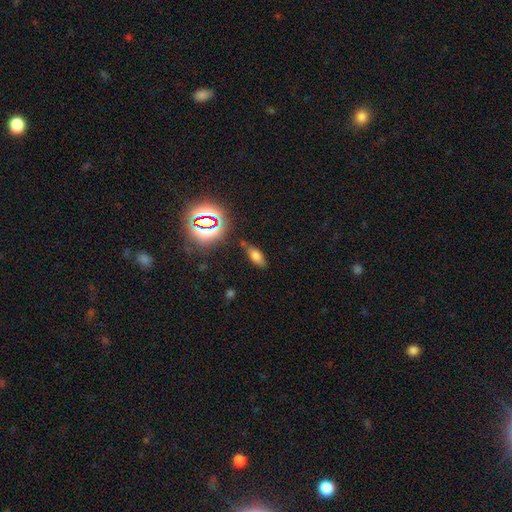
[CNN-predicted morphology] This is likely a smooth galaxy (66%). How rounded: likely in between (78%). Merging: likely none (76%).